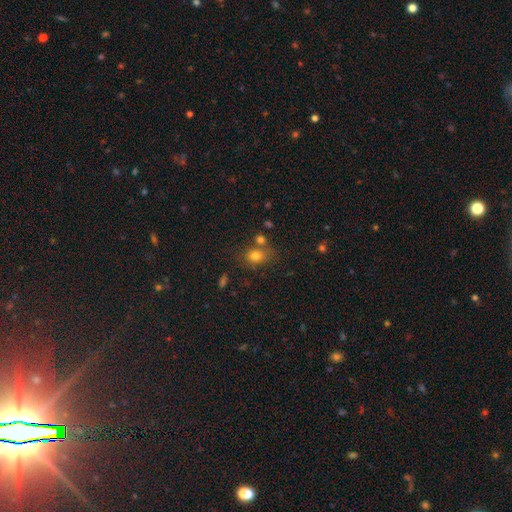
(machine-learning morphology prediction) Smooth or featured? Predicted: smooth (p=0.78). How rounded? Predicted: in between (p=0.55). Merging? Predicted: none (p=0.63).